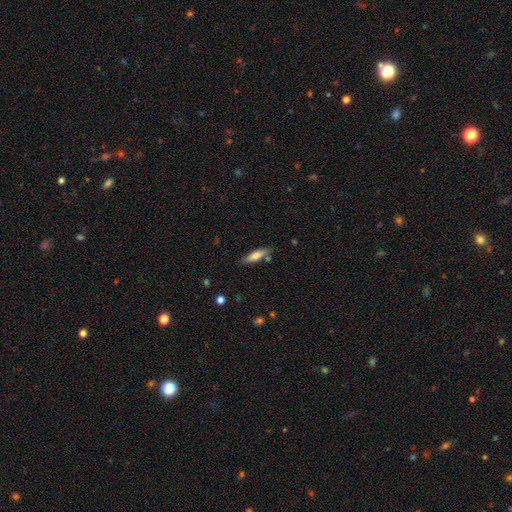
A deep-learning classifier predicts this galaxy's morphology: A smooth galaxy with no disk features (71%) that is cigar-shaped (64%). Merging: none (77%).